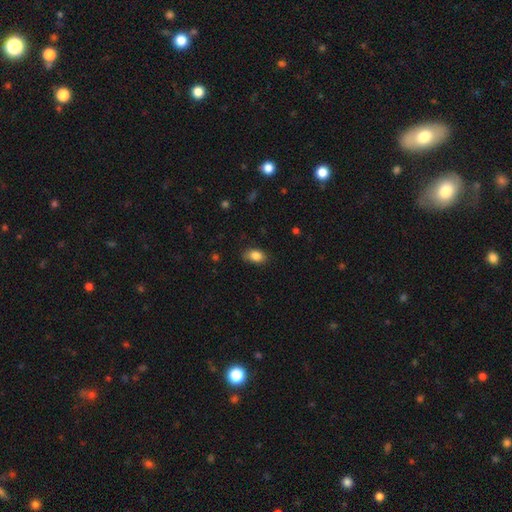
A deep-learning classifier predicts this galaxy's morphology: smooth-or-featured: smooth: 86% | star or artifact: 8% | featured or disk: 6%
  how-rounded: in between: 87% | round: 11% | cigar-shaped: 2%
  merging: none: 78% | minor disturbance: 17% | major disturbance: 3% | merger: 1%